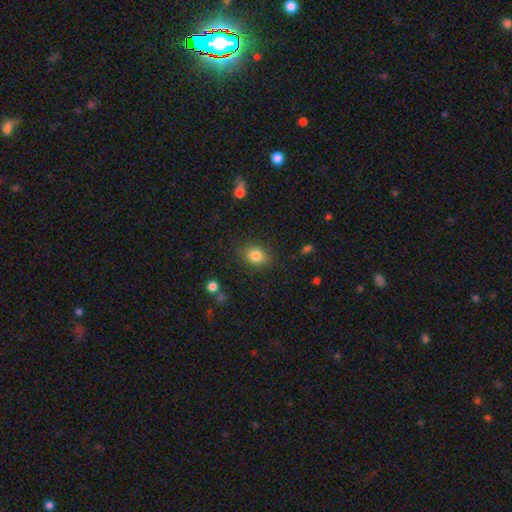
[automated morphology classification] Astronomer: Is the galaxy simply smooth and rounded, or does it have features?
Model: smooth — 83%.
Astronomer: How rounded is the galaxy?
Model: in between — 60% (runner-up: round, 39%).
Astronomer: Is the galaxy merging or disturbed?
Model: none — 82%.